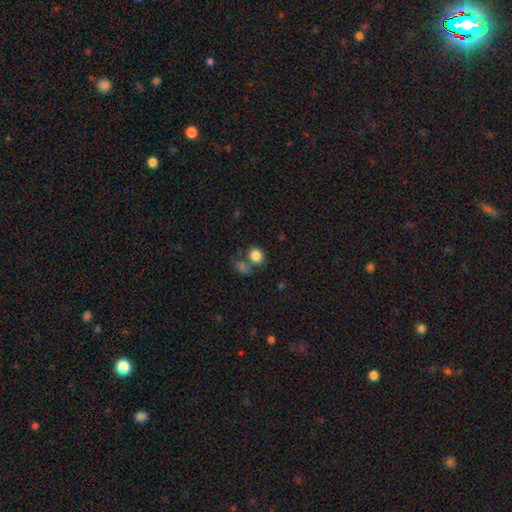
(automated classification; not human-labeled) Morphology: type=smooth (84%); roundness=round (68%); merging=none (58%).